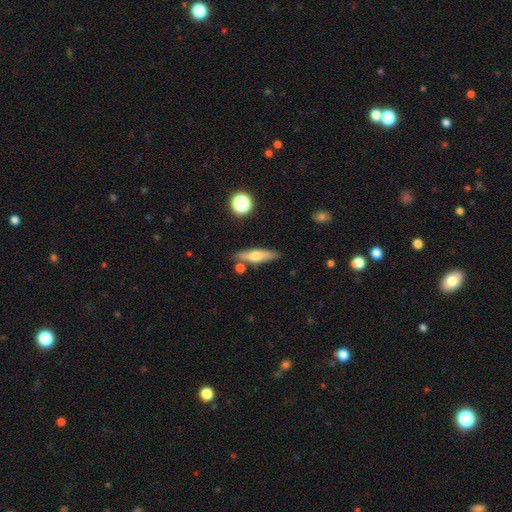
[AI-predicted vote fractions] smooth 47%, featured or disk 46%, star or artifact 7%. Down the decision tree: merging — none (81%).